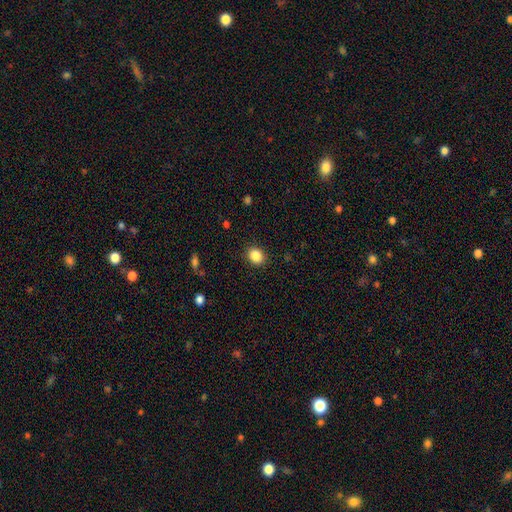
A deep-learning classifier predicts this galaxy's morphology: Overall: smooth (87%). How rounded: round (60%; in between 39%). Merging: none (89%).